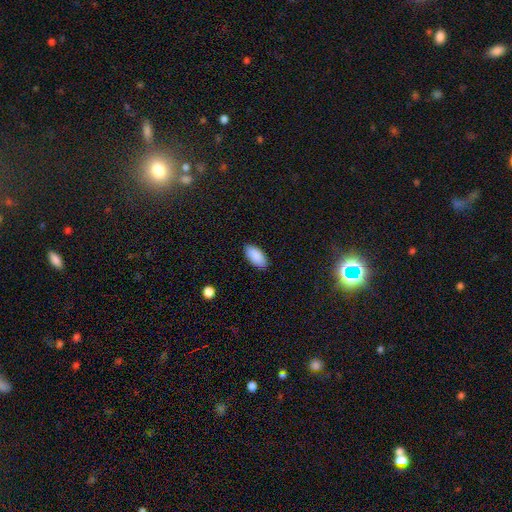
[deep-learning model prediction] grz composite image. It shows a smooth galaxy with no disk features (90%) that is in between round and cigar-shaped (94%). Merging: none (87%).